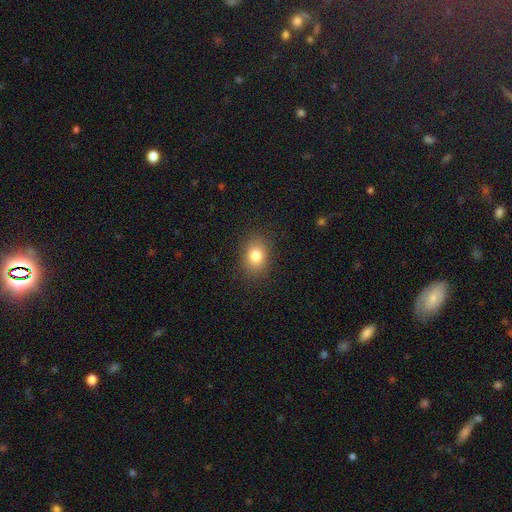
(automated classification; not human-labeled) Smooth or featured?
  - smooth: 81% *
  - star or artifact: 11%
  - featured or disk: 8%
How rounded?
  - in between: 63% *
  - round: 36%
  - cigar-shaped: 1%
Merging?
  - none: 86% *
  - minor disturbance: 10%
  - major disturbance: 3%
  - merger: 1%